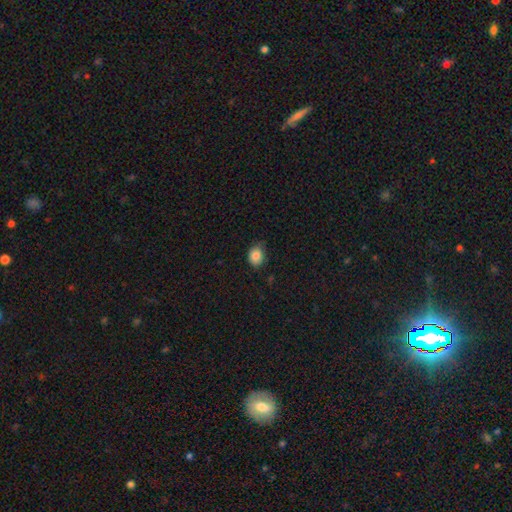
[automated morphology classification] Smooth or featured?
  - smooth: 85% *
  - star or artifact: 9%
  - featured or disk: 5%
How rounded?
  - in between: 50% *
  - round: 49%
  - cigar-shaped: 1%
Merging?
  - none: 70% *
  - minor disturbance: 25%
  - major disturbance: 4%
  - merger: 1%